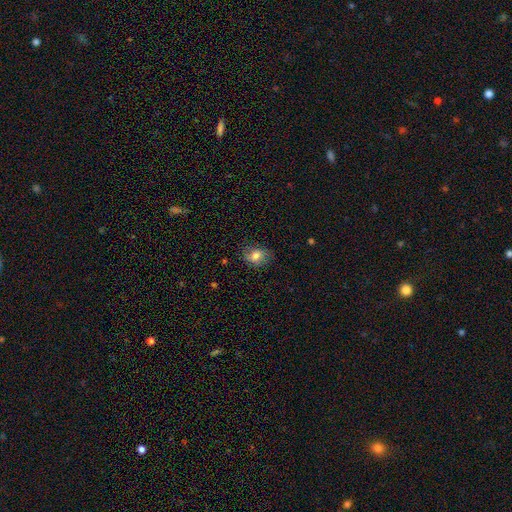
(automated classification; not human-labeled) This appears to be a smooth galaxy with no disk features (75%) that is in between round and cigar-shaped (56%). Merging: none (74%).